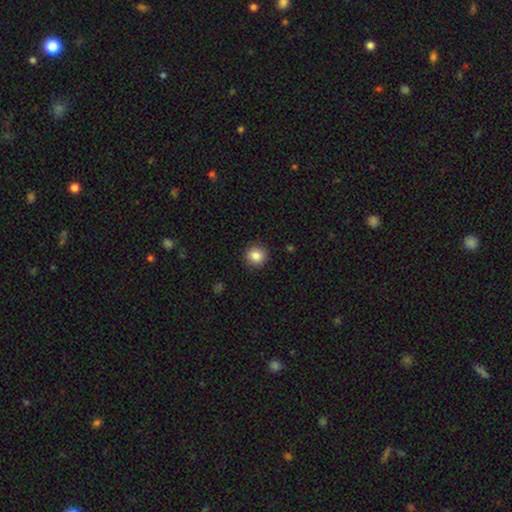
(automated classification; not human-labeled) smooth_or_featured: smooth (p=0.85) [alt: star or artifact p=0.10]
how_rounded: round (p=0.93) [alt: in between p=0.06]
merging: none (p=0.92) [alt: minor disturbance p=0.06]